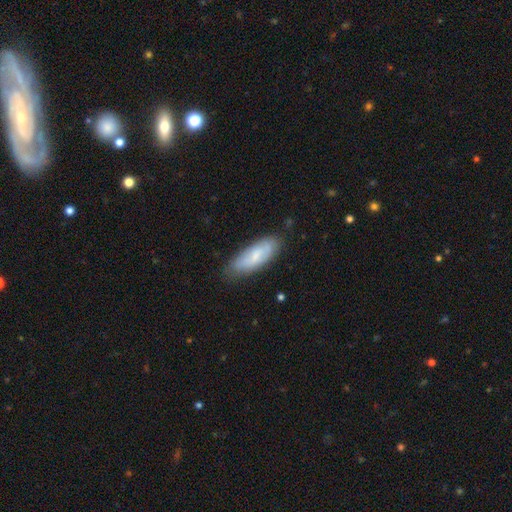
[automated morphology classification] Overall: smooth (65%; featured or disk 28%). How rounded: in between (67%; cigar-shaped 31%). Merging: none (74%).